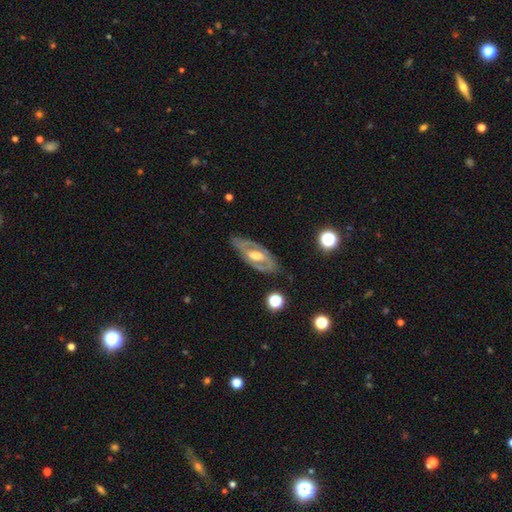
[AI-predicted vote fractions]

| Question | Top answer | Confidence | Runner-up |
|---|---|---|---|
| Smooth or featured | featured or disk | 76% | smooth (19%) |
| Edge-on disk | no | 85% | yes (15%) |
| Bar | no | 41% | weak (39%) |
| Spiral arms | yes | 61% | no (39%) |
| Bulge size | moderate | 59% | large (23%) |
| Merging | none | 78% | minor disturbance (16%) |